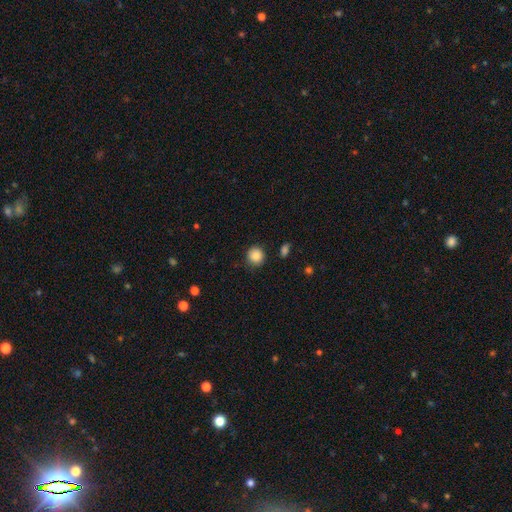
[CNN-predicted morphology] Q: Smooth or featured?
A: smooth (86%); runner-up: star or artifact (9%)
Q: How rounded?
A: round (90%); runner-up: in between (9%)
Q: Merging?
A: none (88%); runner-up: minor disturbance (8%)